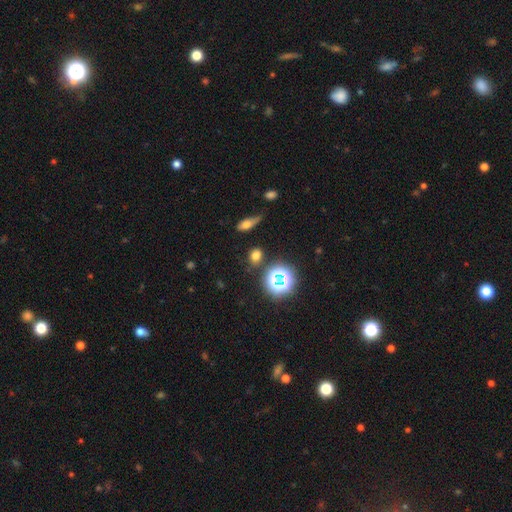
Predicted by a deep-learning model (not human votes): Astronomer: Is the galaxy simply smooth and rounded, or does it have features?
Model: smooth — 65%.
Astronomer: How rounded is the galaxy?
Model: in between — 49% (runner-up: round, 48%).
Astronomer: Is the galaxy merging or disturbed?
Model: none — 78%.